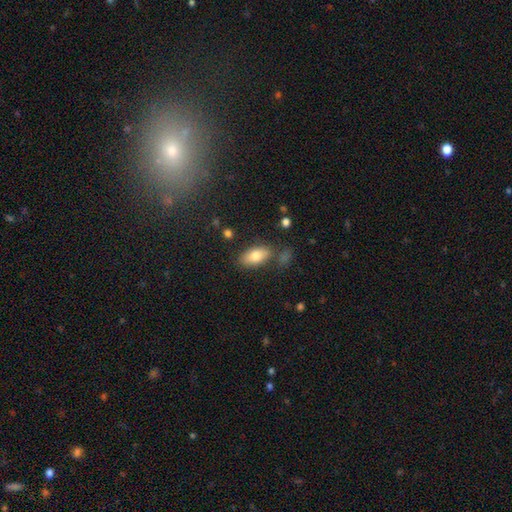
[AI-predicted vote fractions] Overall: smooth (80%). How rounded: in between (89%). Merging: none (75%).